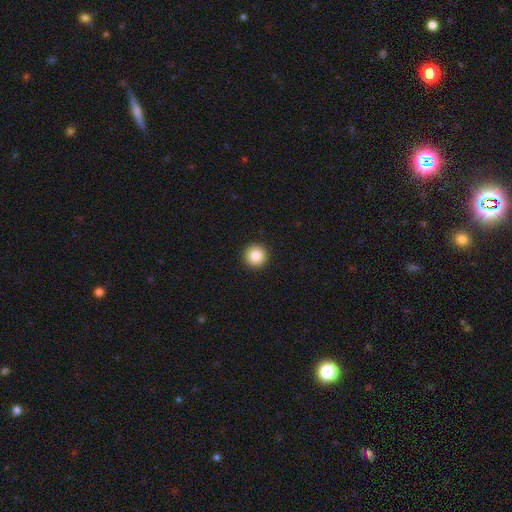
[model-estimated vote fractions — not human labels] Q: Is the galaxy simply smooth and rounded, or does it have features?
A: smooth — 86%.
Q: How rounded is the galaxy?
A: round — 96%.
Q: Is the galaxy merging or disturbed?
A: none — 94%.